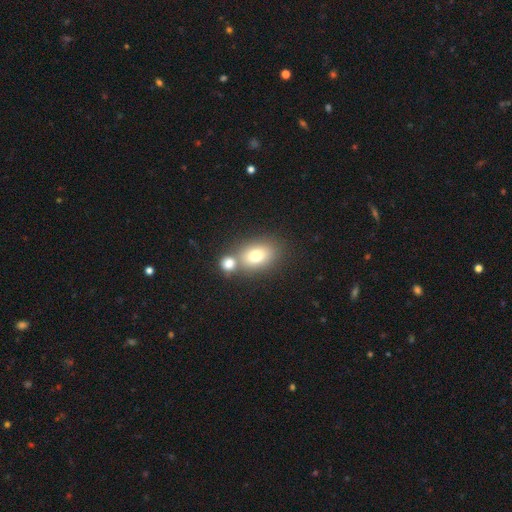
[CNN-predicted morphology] Smooth or featured? Predicted: smooth (p=0.75). How rounded? Predicted: in between (p=0.68). Merging? Predicted: none (p=0.48).